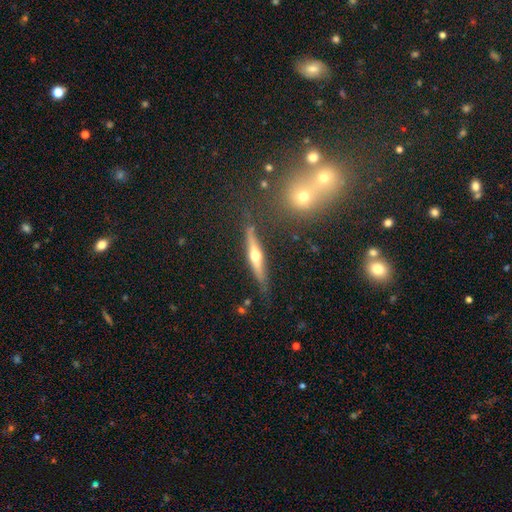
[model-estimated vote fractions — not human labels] Smooth or featured: featured or disk — 62% (smooth — 31%)
Edge-on disk: yes — 94% (no — 6%)
Edge-on bulge: rounded — 91% (none — 5%)
Merging: none — 81% (minor disturbance — 13%)